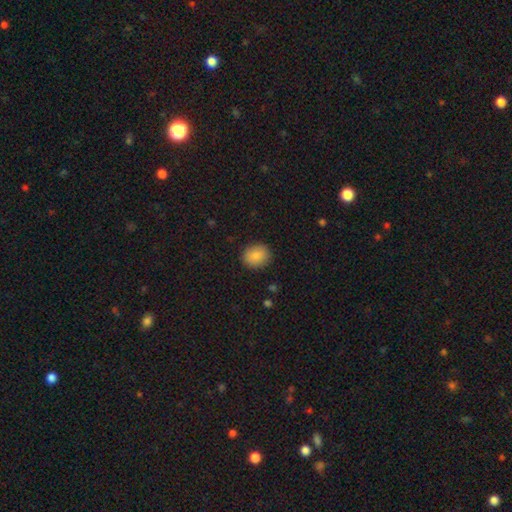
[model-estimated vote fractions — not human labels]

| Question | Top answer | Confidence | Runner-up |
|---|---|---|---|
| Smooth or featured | smooth | 87% | star or artifact (8%) |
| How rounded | round | 69% | in between (30%) |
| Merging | none | 89% | minor disturbance (7%) |